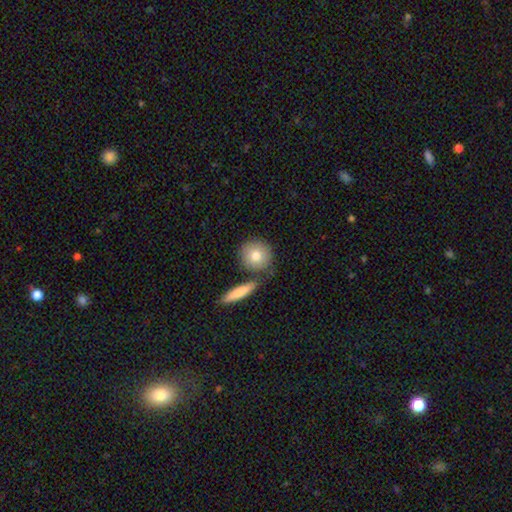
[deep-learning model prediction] Smooth or featured: smooth — 80% (featured or disk — 13%)
How rounded: round — 86% (in between — 11%)
Merging: none — 74% (merger — 13%)